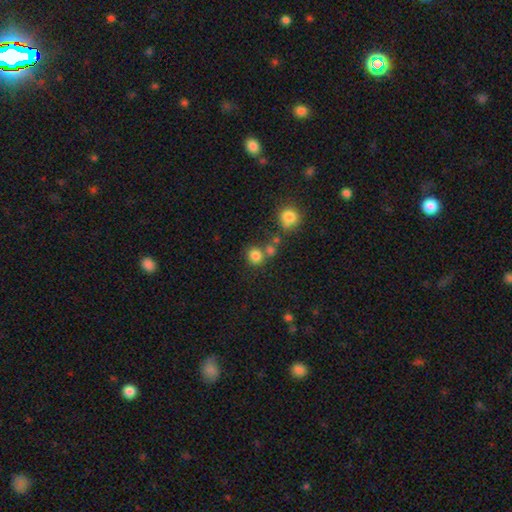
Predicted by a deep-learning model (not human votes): smooth 81%, star or artifact 13%, featured or disk 6%. Down the decision tree: how rounded — round (82%); merging — none (66%).